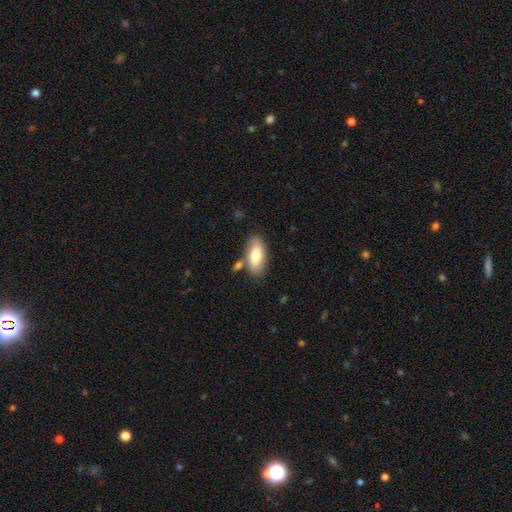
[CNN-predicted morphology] Q: Smooth or featured?
A: smooth (74%); runner-up: featured or disk (20%)
Q: How rounded?
A: in between (87%); runner-up: cigar-shaped (10%)
Q: Merging?
A: none (71%); runner-up: minor disturbance (15%)